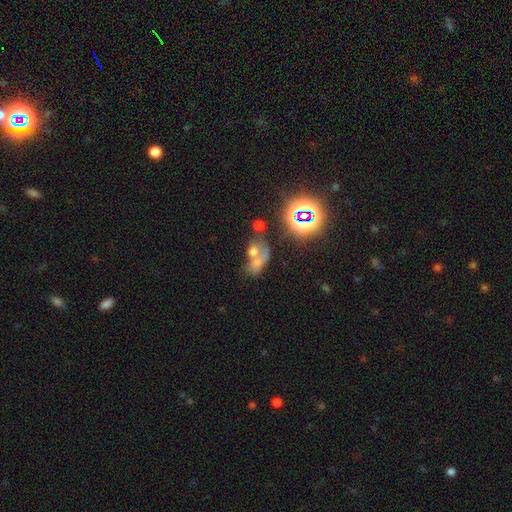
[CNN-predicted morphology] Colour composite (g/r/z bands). It shows a smooth galaxy with no disk features (48%). Merging: merger (59%).